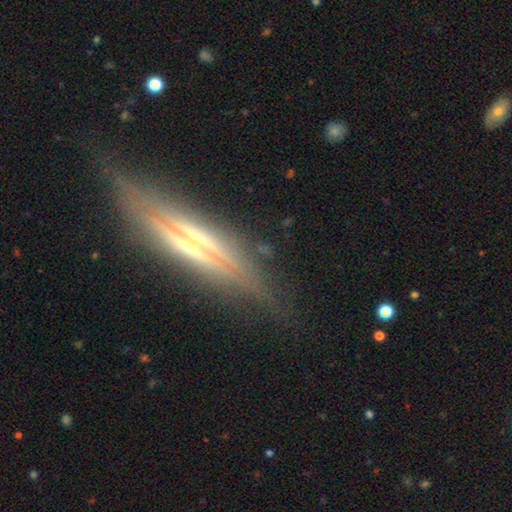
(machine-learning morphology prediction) type=featured or disk (75%); edge-on=yes (90%); edge-on bulge=rounded (54%); merging=none (77%).